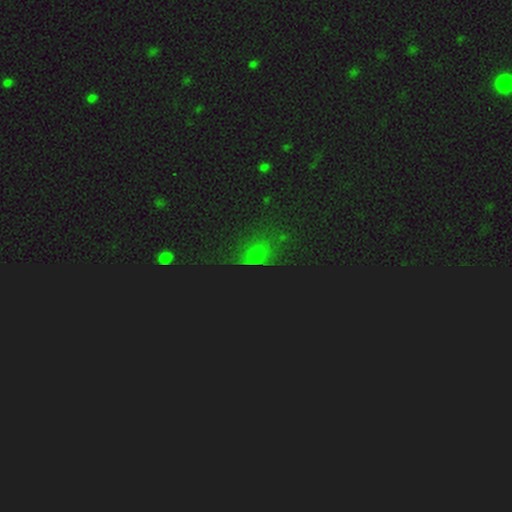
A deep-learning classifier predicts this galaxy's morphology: Smooth or featured: star or artifact — 42% (smooth — 40%)